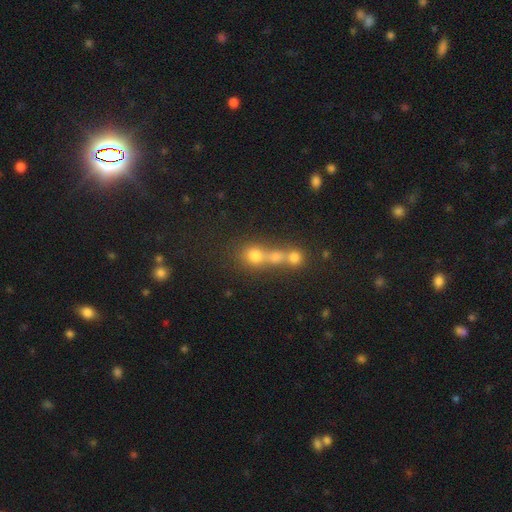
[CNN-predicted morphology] This is likely a smooth galaxy (60%). How rounded: likely round (76%). Merging: possibly merger (58%).